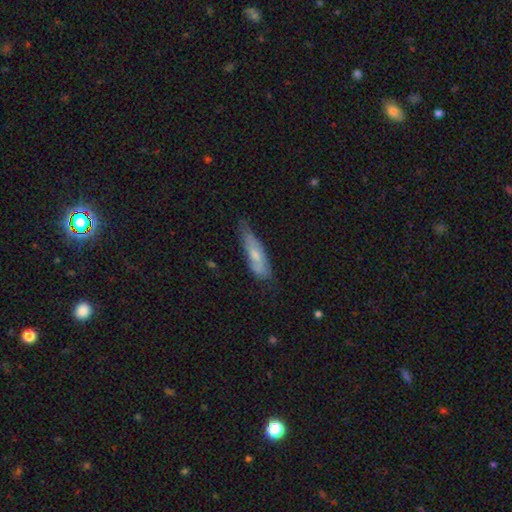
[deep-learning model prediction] This is possibly a smooth galaxy (60%). How rounded: likely cigar-shaped (61%). Merging: possibly none (53%).